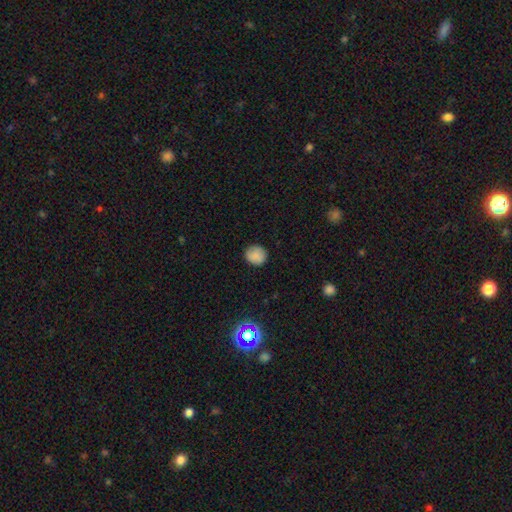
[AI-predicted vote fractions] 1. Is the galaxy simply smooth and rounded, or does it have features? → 85% smooth, 10% star or artifact, 5% featured or disk.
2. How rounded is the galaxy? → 87% round, 12% in between, 1% cigar-shaped.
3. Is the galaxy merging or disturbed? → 88% none, 9% minor disturbance, 2% major disturbance, 1% merger.